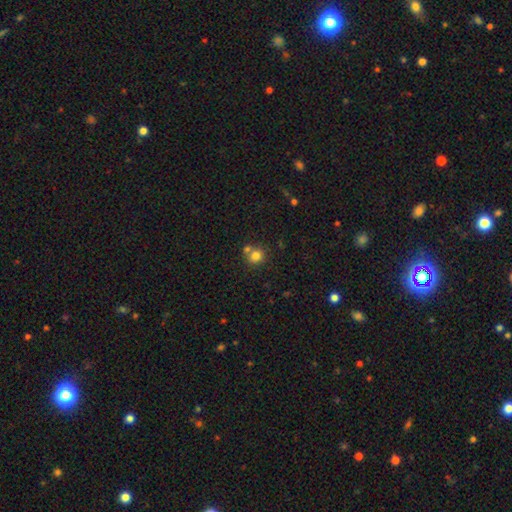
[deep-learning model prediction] Smooth or featured?
  - smooth: 80% *
  - star or artifact: 12%
  - featured or disk: 8%
How rounded?
  - round: 86% *
  - in between: 13%
  - cigar-shaped: 1%
Merging?
  - none: 58% *
  - merger: 30%
  - minor disturbance: 9%
  - major disturbance: 3%